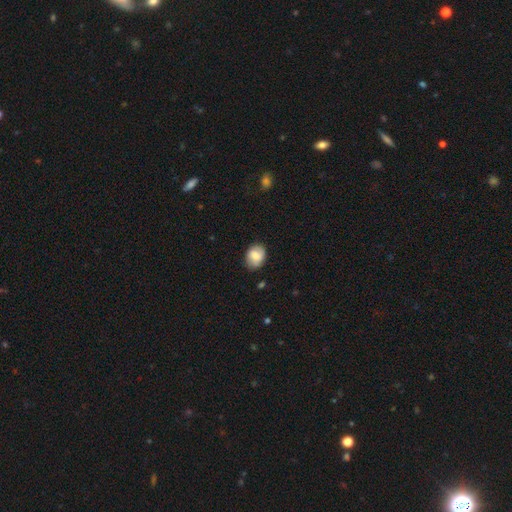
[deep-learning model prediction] Smooth or featured? Predicted: smooth (p=0.76). How rounded? Predicted: in between (p=0.61). Merging? Predicted: none (p=0.77).